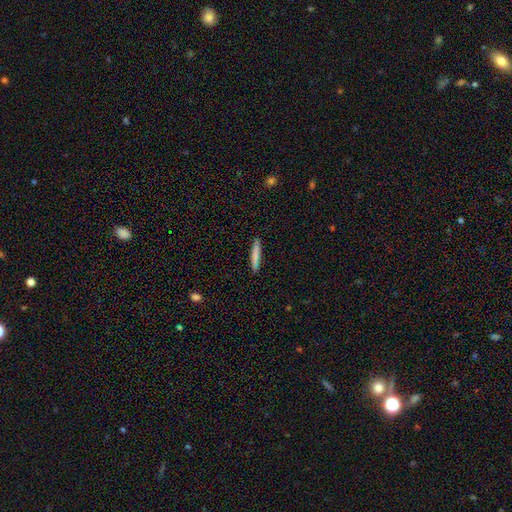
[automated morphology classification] The model was most divided on "smooth or featured": smooth: 79%, featured or disk: 15%, star or artifact: 6%. More confident: how rounded — cigar-shaped (94%); merging — none (91%).